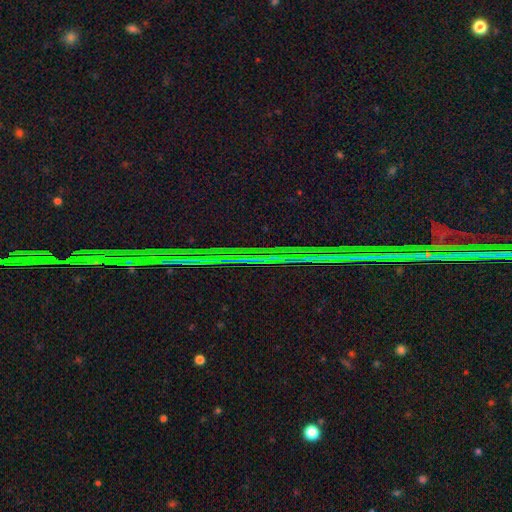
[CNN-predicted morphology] A star or artifact, not a galaxy (88%).

Vote fractions:
- Smooth or featured? star or artifact: 88% / featured or disk: 7% / smooth: 5%